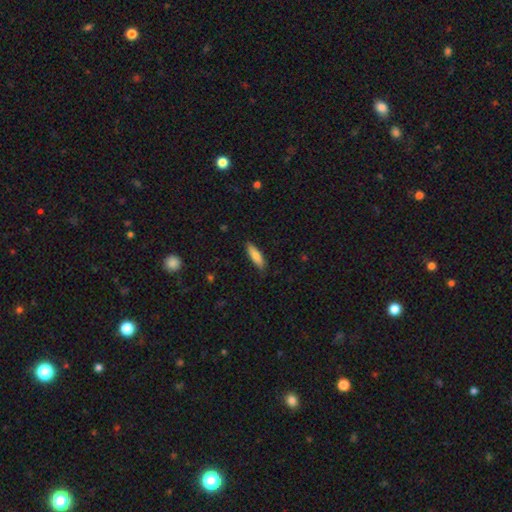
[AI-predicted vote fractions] Morphology: type=smooth (79%); roundness=cigar-shaped (57%); merging=none (84%).